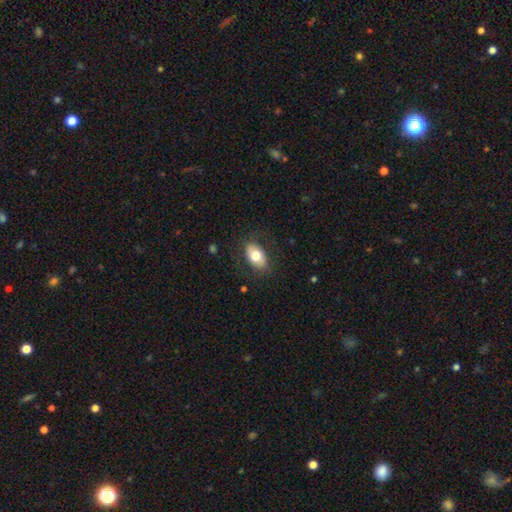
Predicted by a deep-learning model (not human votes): Smooth or featured? Predicted: smooth (p=0.74). How rounded? Predicted: in between (p=0.89). Merging? Predicted: none (p=0.81).